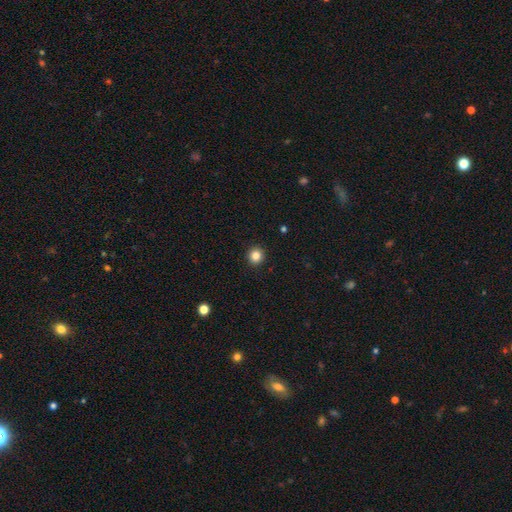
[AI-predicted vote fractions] Smooth or featured? Predicted: smooth (p=0.84). How rounded? Predicted: round (p=0.94). Merging? Predicted: none (p=0.93).